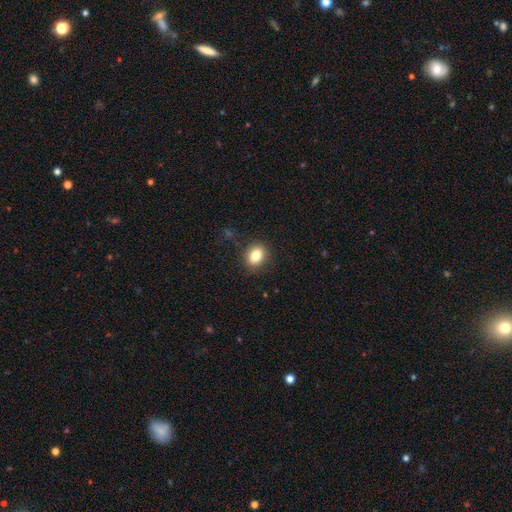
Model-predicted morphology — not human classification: smooth_or_featured: smooth (p=0.83) [alt: star or artifact p=0.10]
how_rounded: in between (p=0.63) [alt: round p=0.36]
merging: none (p=0.85) [alt: minor disturbance p=0.10]